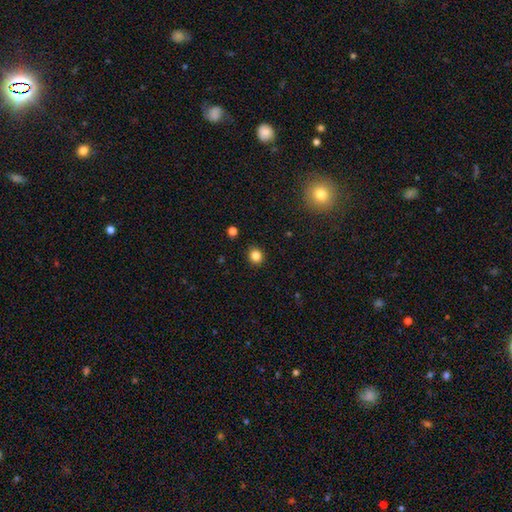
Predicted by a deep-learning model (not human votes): Smooth or featured? Predicted: smooth (p=0.84). How rounded? Predicted: round (p=0.82). Merging? Predicted: none (p=0.91).